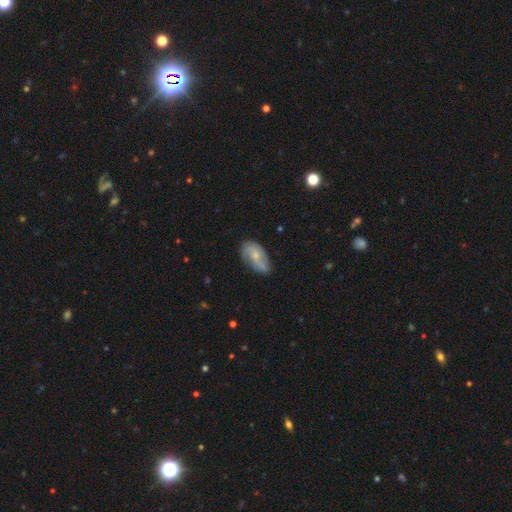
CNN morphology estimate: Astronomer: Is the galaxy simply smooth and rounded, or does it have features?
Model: featured or disk — 47% (runner-up: smooth, 45%).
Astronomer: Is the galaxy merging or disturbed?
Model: none — 59%.